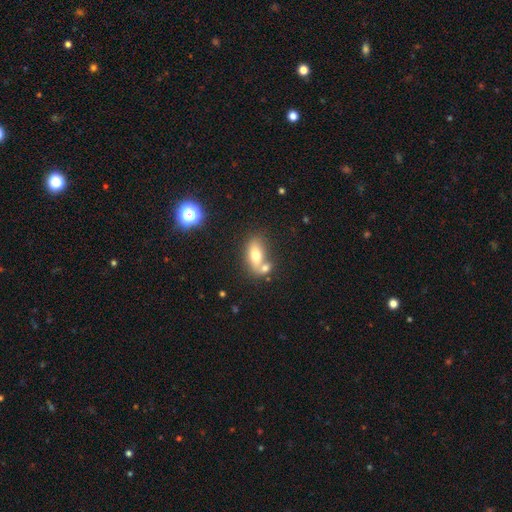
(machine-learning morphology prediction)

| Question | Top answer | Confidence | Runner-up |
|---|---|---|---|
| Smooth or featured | smooth | 69% | featured or disk (22%) |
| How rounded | in between | 83% | round (10%) |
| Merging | merger | 43% | none (40%) |